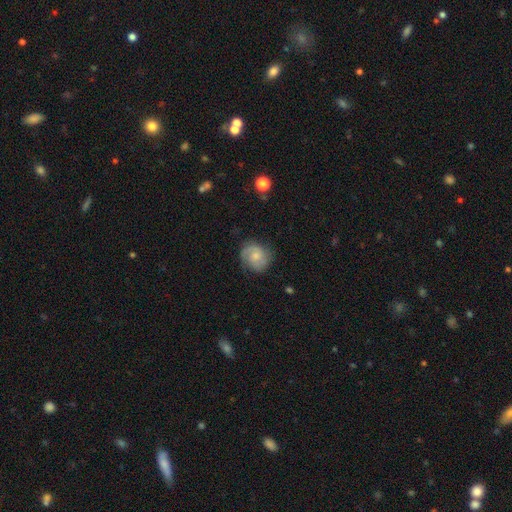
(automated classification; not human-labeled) Smooth or featured?
  - featured or disk: 54% *
  - smooth: 38%
  - star or artifact: 8%
Edge-on disk?
  - no: 98% *
  - yes: 2%
Bar?
  - no: 64% *
  - weak: 32%
  - strong: 4%
Spiral arms?
  - yes: 89% *
  - no: 11%
Bulge size?
  - small: 43% *
  - moderate: 39%
  - none: 12%
  - large: 5%
  - dominant: 1%
Merging?
  - none: 75% *
  - minor disturbance: 18%
  - major disturbance: 6%
  - merger: 1%